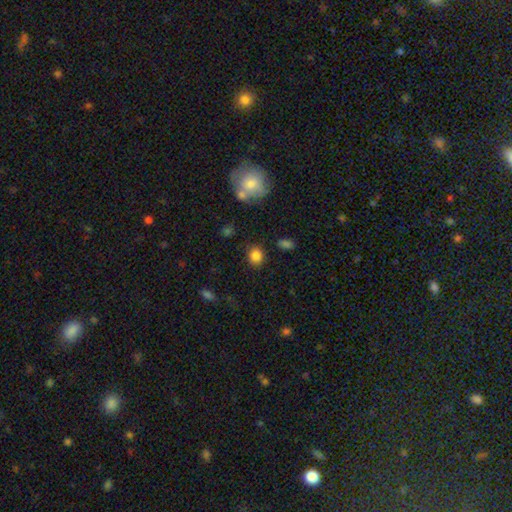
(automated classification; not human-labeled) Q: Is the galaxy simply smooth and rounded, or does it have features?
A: smooth — 84%.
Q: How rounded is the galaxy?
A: round — 74%.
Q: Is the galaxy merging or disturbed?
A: none — 84%.